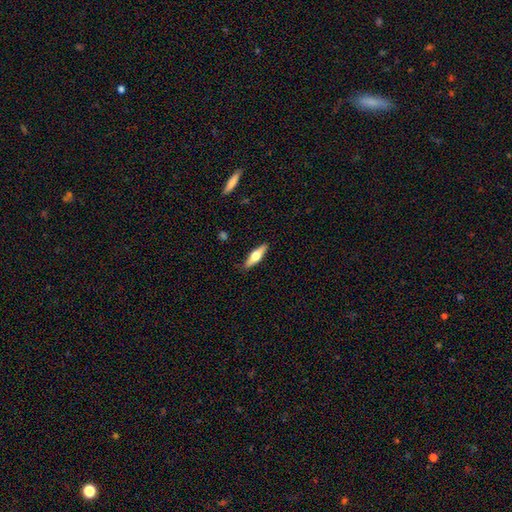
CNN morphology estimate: Smooth or featured?
  - smooth: 50% *
  - featured or disk: 45%
  - star or artifact: 6%
Merging?
  - none: 88% *
  - minor disturbance: 9%
  - major disturbance: 2%
  - merger: 1%